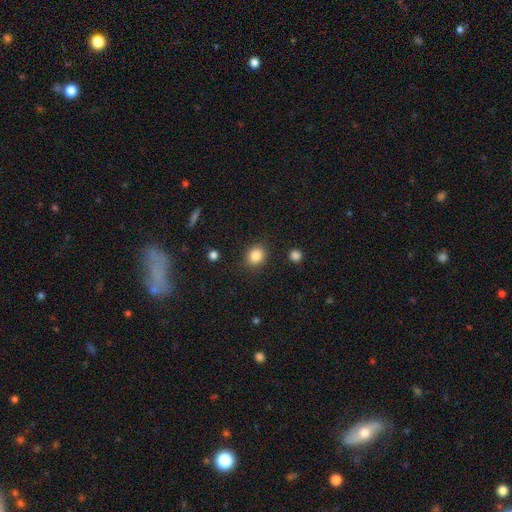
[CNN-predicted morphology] A smooth galaxy with no disk features (85%) that is round (66%).

Vote fractions:
- Smooth or featured? smooth: 85% / star or artifact: 10% / featured or disk: 5%
- How rounded? round: 66% / in between: 33% / cigar-shaped: 1%
- Merging? none: 87% / minor disturbance: 8% / major disturbance: 3% / merger: 2%